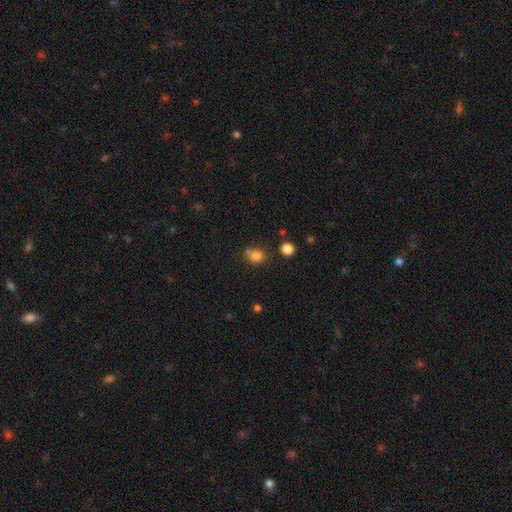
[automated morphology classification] This is likely a smooth galaxy (80%). How rounded: likely round (60%). Merging: possibly none (58%).